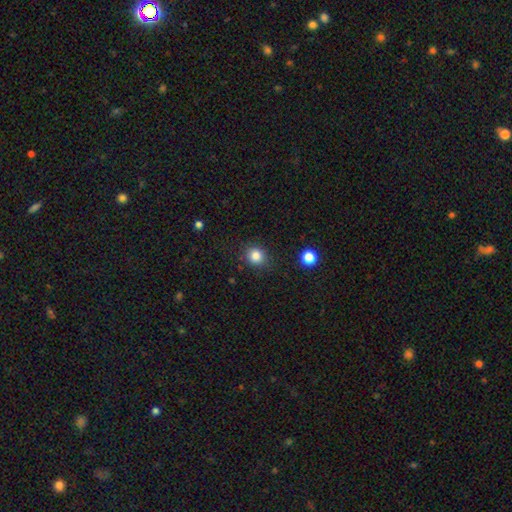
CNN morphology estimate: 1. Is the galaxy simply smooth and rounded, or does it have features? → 84% smooth, 11% star or artifact, 5% featured or disk.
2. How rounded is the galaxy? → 85% round, 14% in between, 1% cigar-shaped.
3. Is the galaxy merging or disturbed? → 85% none, 10% minor disturbance, 3% major disturbance, 2% merger.